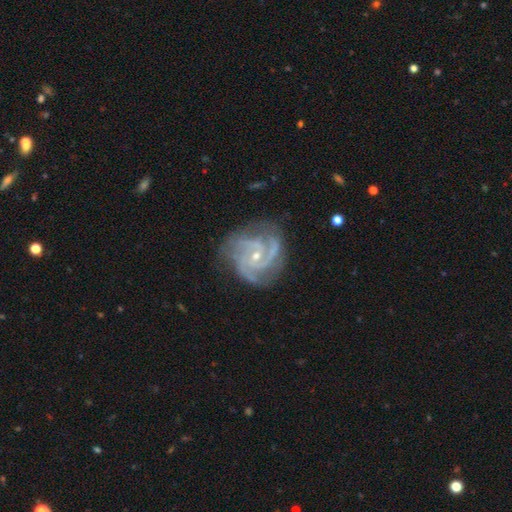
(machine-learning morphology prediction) Smooth or featured? featured or disk (92%)
Edge-on disk? no (98%)
Bar? no (63%)
Spiral arms? yes (99%)
Spiral winding? tight (51%)
Spiral arm count? 3 (58%)
Bulge size? small (67%)
Merging? none (72%)